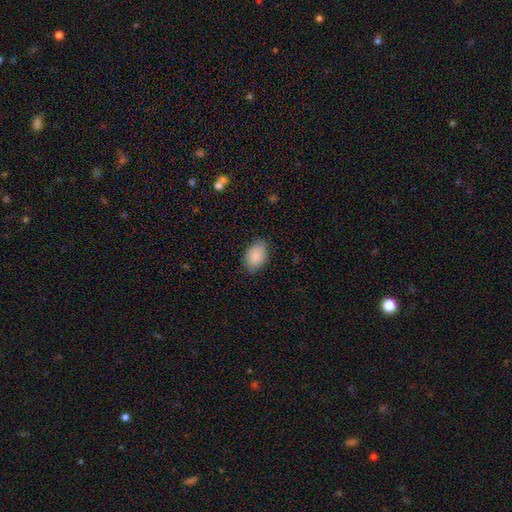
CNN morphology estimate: This is clearly a smooth galaxy (87%). How rounded: clearly in between (84%). Merging: likely none (78%).